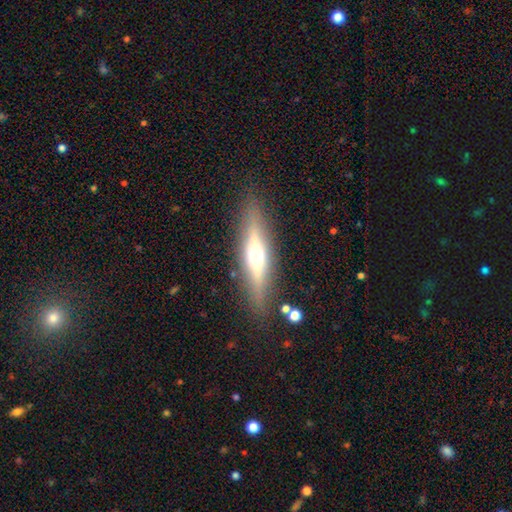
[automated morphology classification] smooth-or-featured: featured or disk: 58% | smooth: 35% | star or artifact: 7%
  disk-edge-on: yes: 90% | no: 10%
    edge-on-bulge: rounded: 89% | none: 7% | boxy: 4%
  merging: none: 85% | minor disturbance: 10% | major disturbance: 3% | merger: 2%